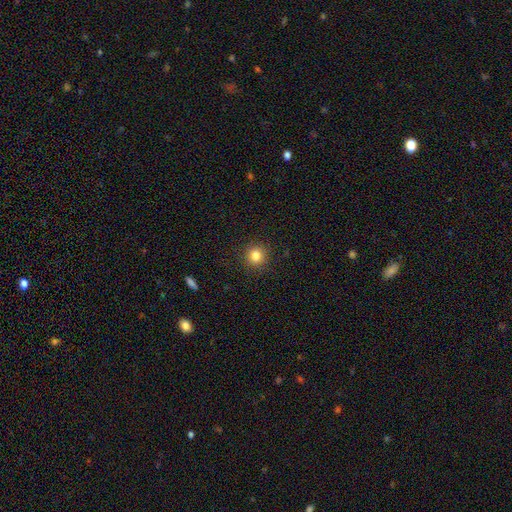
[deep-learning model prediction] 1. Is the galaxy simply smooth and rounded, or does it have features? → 82% smooth, 12% star or artifact, 6% featured or disk.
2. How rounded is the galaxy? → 91% round, 8% in between, 1% cigar-shaped.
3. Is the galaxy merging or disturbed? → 91% none, 6% minor disturbance, 2% major disturbance, 1% merger.